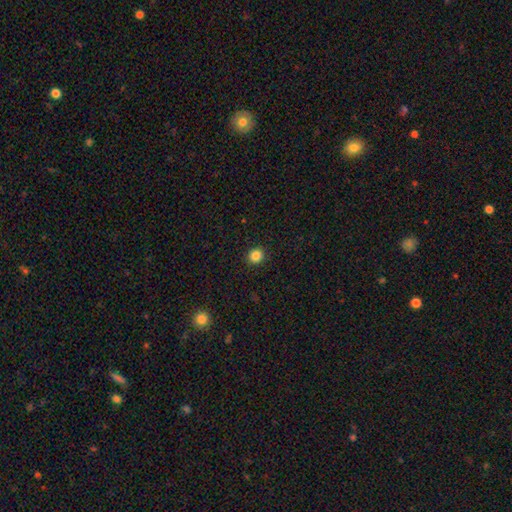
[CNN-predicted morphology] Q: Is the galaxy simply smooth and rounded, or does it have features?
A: smooth — 85%.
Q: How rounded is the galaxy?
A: round — 88%.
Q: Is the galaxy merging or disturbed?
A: none — 92%.